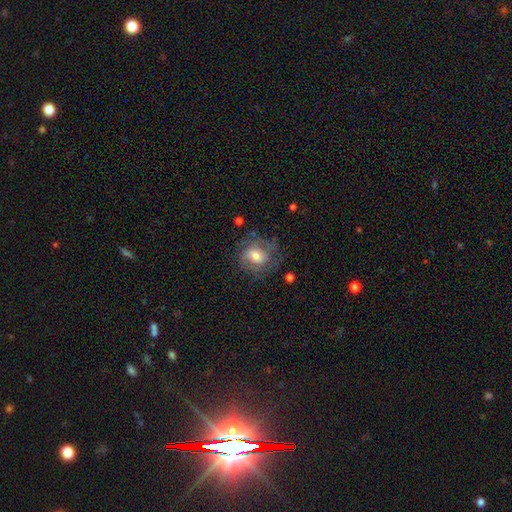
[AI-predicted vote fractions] Smooth or featured? featured or disk (46%)
Merging? none (61%)